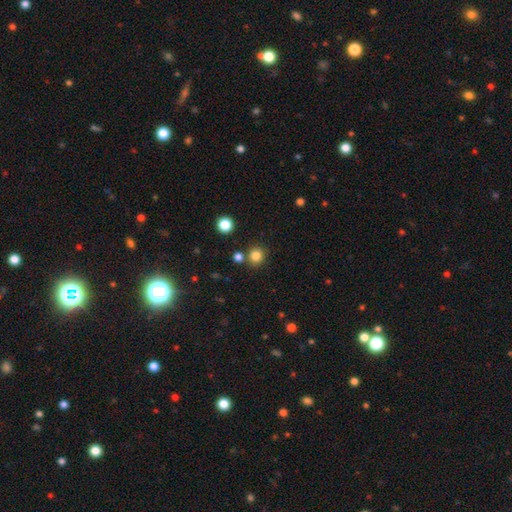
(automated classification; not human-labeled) A smooth galaxy with no disk features (83%) that is round (90%). Merging: none (81%).